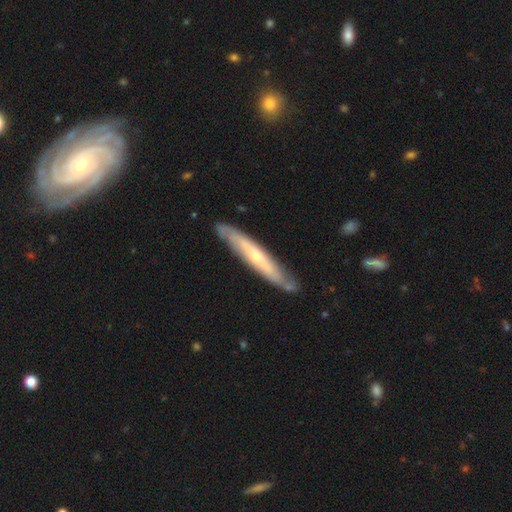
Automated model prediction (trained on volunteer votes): smooth_or_featured: featured or disk (p=0.60) [alt: smooth p=0.35]
disk_edge_on: yes (p=0.71) [alt: no p=0.29]
merging: none (p=0.80) [alt: minor disturbance p=0.15]